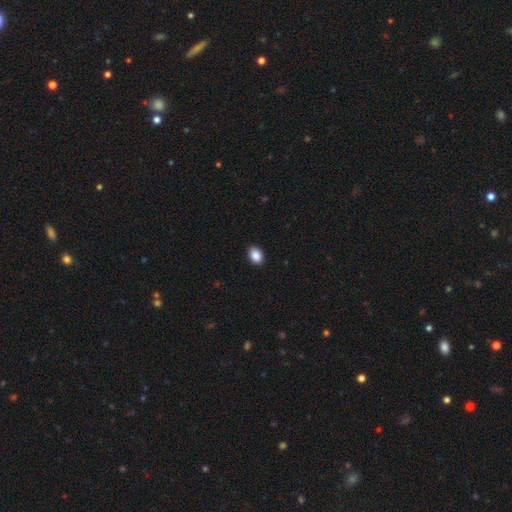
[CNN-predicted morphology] Smooth or featured: smooth — 89% (star or artifact — 8%)
How rounded: in between — 82% (round — 17%)
Merging: none — 90% (minor disturbance — 8%)